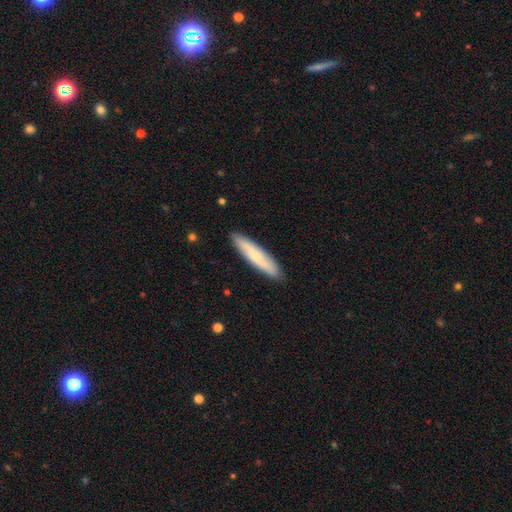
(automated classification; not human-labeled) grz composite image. It shows a smooth galaxy with no disk features (66%) that is cigar-shaped (86%). Merging: none (89%).